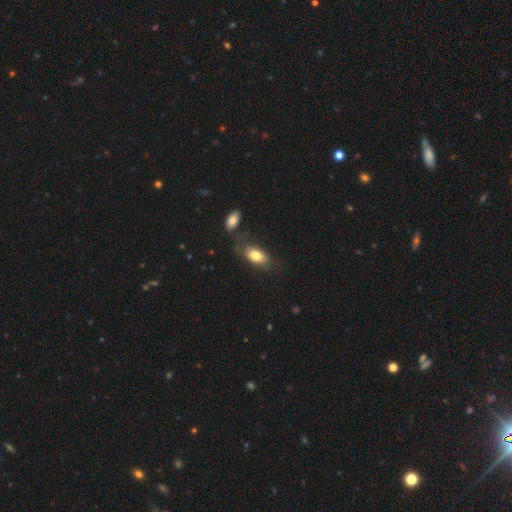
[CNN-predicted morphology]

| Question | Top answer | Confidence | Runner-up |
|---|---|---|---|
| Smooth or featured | smooth | 78% | featured or disk (15%) |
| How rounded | in between | 89% | round (6%) |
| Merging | none | 65% | minor disturbance (18%) |